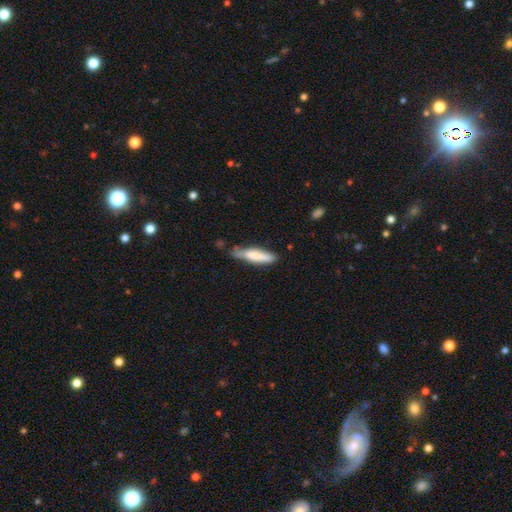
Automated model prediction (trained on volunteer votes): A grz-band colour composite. It shows a smooth galaxy with no disk features (72%) that is cigar-shaped (75%). Merging: none (63%).